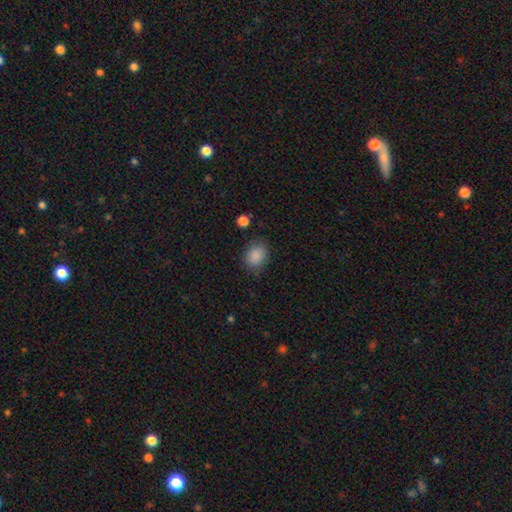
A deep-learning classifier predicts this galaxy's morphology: smooth_or_featured: smooth (p=0.88) [alt: star or artifact p=0.09]
how_rounded: in between (p=0.56) [alt: round p=0.43]
merging: none (p=0.80) [alt: minor disturbance p=0.14]